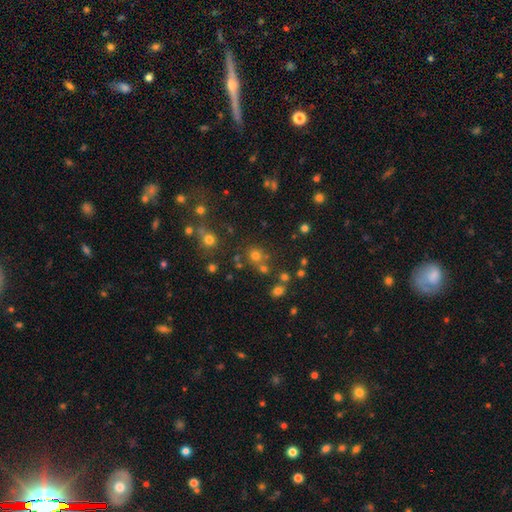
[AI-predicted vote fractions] This is likely a smooth galaxy (64%). How rounded: clearly round (86%). Merging: likely none (68%).